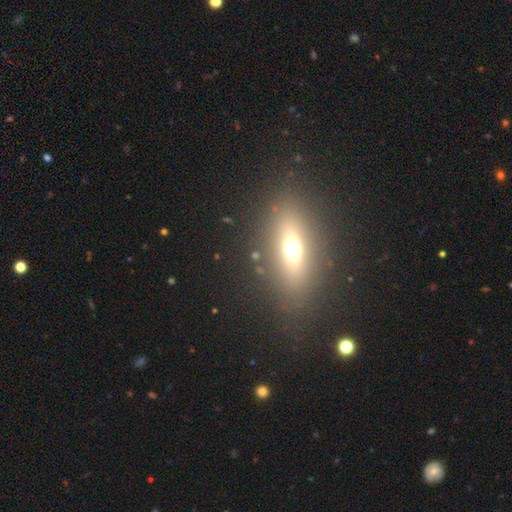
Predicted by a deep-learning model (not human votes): This is possibly a smooth galaxy (52%). How rounded: likely in between (61%). Merging: clearly none (83%).